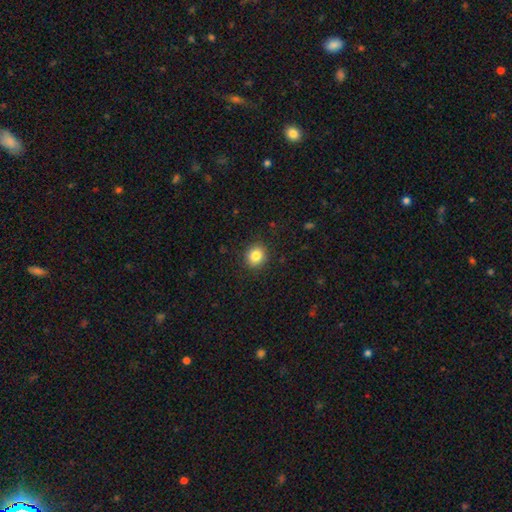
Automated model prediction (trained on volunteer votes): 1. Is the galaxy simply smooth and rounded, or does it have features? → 84% smooth, 10% star or artifact, 6% featured or disk.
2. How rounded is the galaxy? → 81% round, 18% in between, 1% cigar-shaped.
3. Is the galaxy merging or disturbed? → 90% none, 7% minor disturbance, 2% major disturbance, 1% merger.